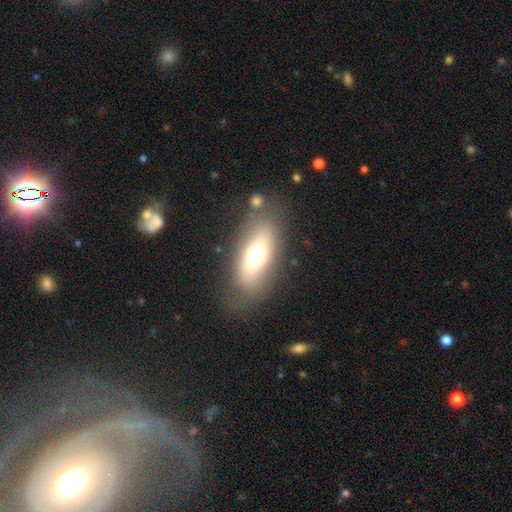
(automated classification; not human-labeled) The model was most divided on "smooth or featured": smooth: 62%, featured or disk: 25%, star or artifact: 13%. More confident: how rounded — in between (80%); merging — none (73%).